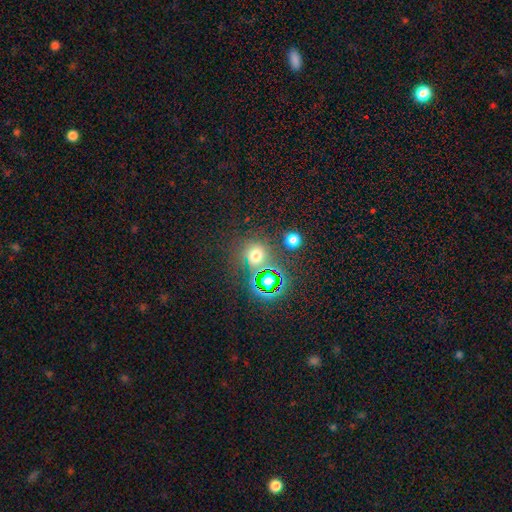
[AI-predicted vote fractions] This appears to be a smooth galaxy with no disk features (54%) that is round (85%). Merging: none (74%).